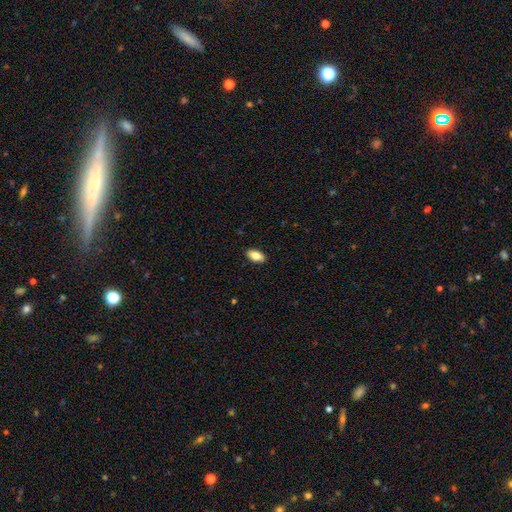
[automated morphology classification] Q: Smooth or featured?
A: smooth (81%); runner-up: featured or disk (12%)
Q: How rounded?
A: in between (91%); runner-up: cigar-shaped (5%)
Q: Merging?
A: none (90%); runner-up: minor disturbance (8%)